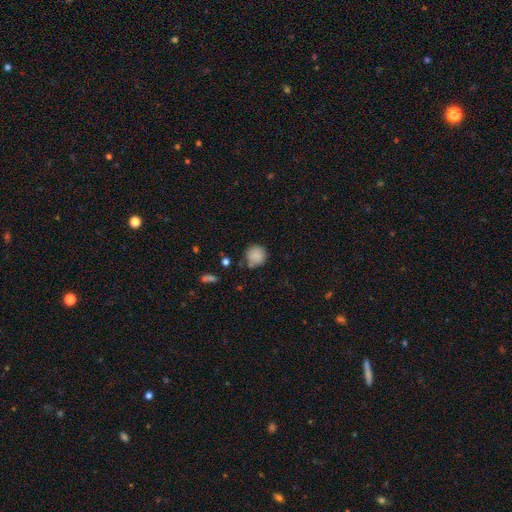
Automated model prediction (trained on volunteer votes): Smooth or featured? smooth (85%)
How rounded? round (89%)
Merging? none (72%)